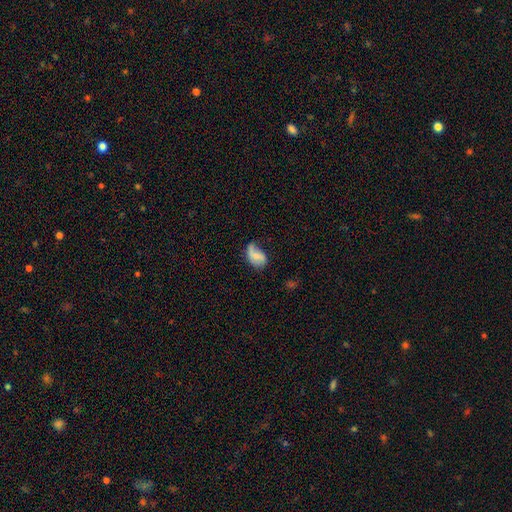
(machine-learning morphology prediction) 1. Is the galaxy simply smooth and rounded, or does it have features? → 50% smooth, 42% featured or disk, 8% star or artifact.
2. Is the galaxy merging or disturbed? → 37% minor disturbance, 36% none, 23% major disturbance, 4% merger.